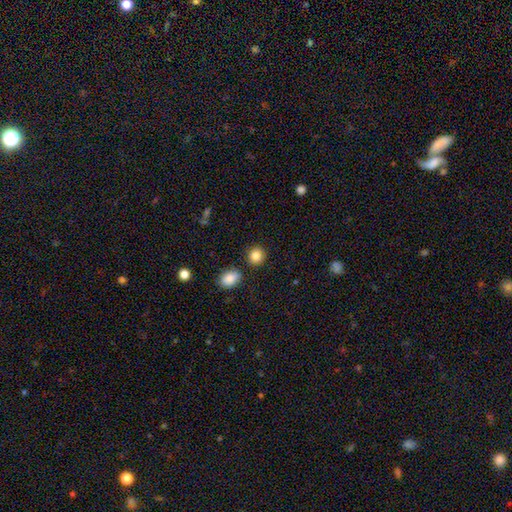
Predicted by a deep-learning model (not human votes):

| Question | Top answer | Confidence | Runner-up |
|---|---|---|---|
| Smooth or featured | smooth | 86% | star or artifact (10%) |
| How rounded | round | 85% | in between (14%) |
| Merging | none | 86% | minor disturbance (7%) |